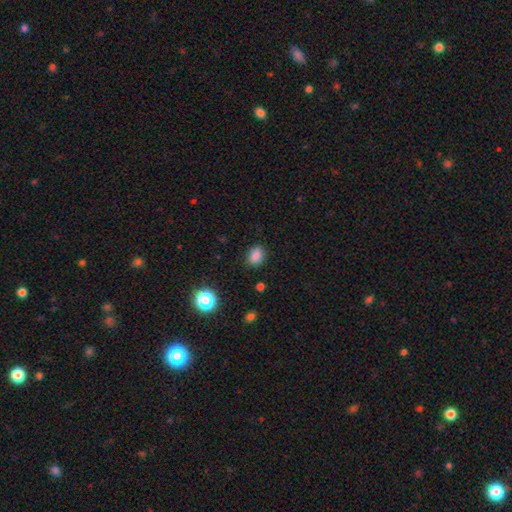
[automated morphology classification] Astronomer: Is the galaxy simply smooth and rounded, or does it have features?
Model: smooth — 84%.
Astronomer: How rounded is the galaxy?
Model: in between — 67%.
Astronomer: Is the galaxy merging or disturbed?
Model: none — 85%.